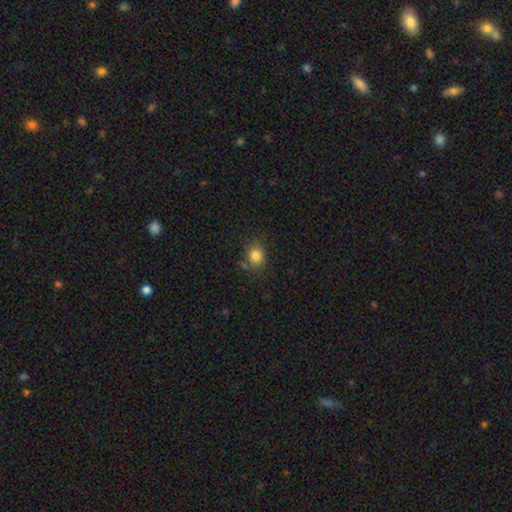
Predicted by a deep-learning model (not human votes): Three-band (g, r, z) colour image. It shows a smooth galaxy with no disk features (82%) that is round (67%). Merging: none (75%).